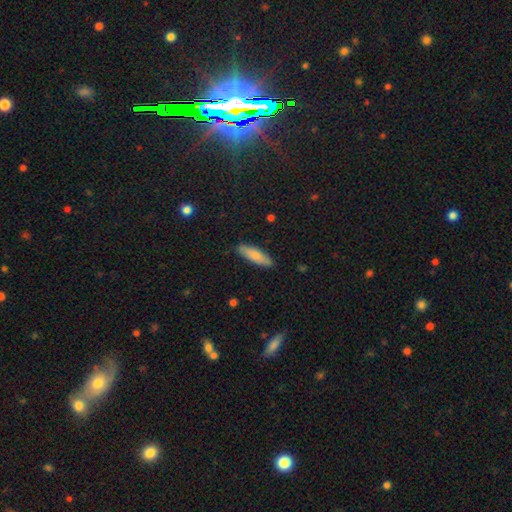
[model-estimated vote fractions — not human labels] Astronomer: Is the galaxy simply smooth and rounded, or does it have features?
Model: smooth — 79%.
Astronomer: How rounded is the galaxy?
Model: cigar-shaped — 59% (runner-up: in between, 39%).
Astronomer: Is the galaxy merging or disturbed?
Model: none — 88%.